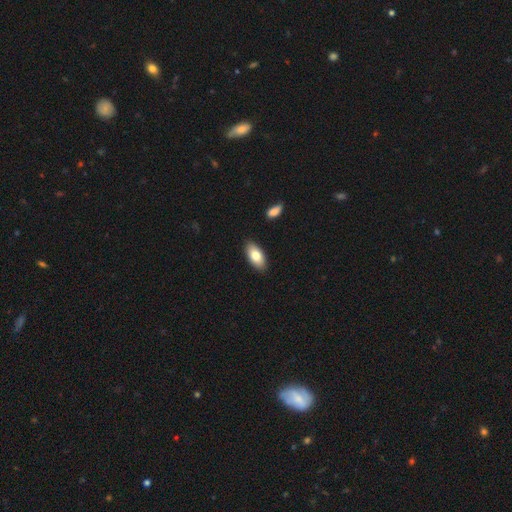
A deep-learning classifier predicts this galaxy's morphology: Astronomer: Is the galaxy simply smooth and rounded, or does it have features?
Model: smooth — 80%.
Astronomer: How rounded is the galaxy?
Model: in between — 92%.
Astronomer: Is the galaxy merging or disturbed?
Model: none — 88%.